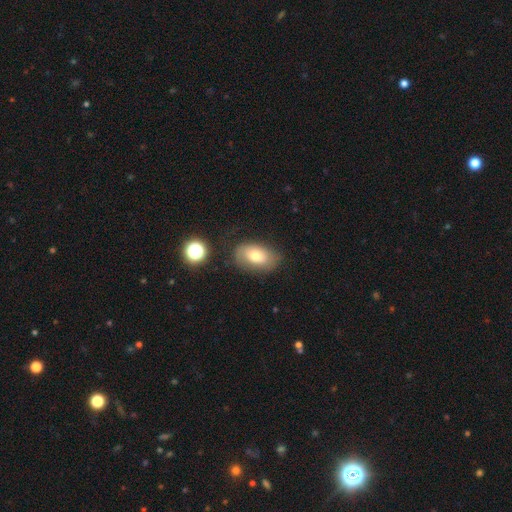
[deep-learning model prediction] This is likely a smooth galaxy (69%). How rounded: clearly in between (88%). Merging: likely none (72%).